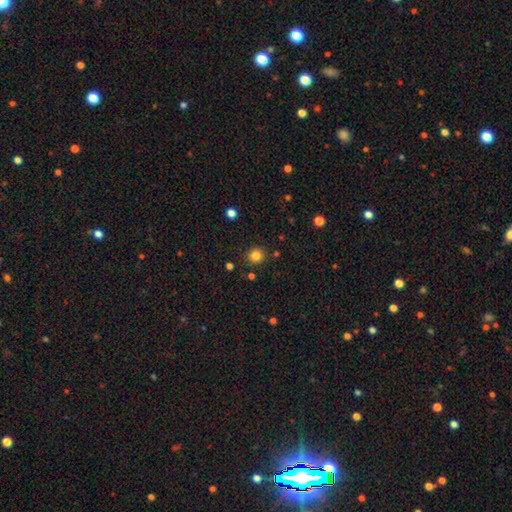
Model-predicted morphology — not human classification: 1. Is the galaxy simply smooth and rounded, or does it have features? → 83% smooth, 13% star or artifact, 5% featured or disk.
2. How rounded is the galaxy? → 90% round, 9% in between, 1% cigar-shaped.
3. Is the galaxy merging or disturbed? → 87% none, 7% minor disturbance, 3% merger, 2% major disturbance.